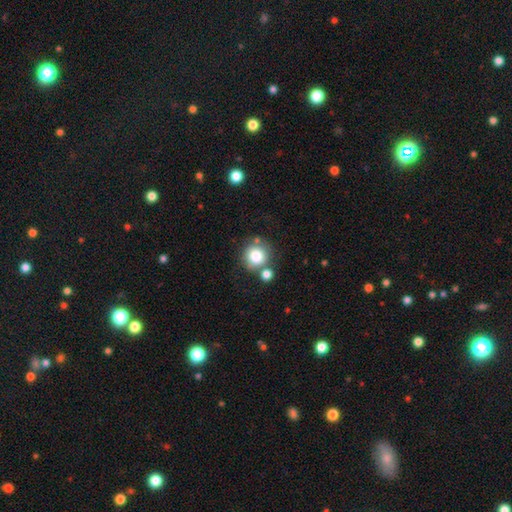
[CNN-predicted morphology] This is likely a smooth galaxy (80%). How rounded: clearly round (91%). Merging: likely none (67%).